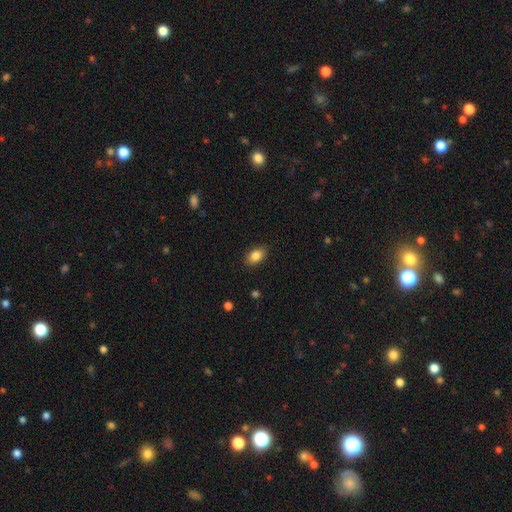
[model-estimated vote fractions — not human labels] This is clearly a smooth galaxy (87%). How rounded: clearly in between (88%). Merging: clearly none (87%).